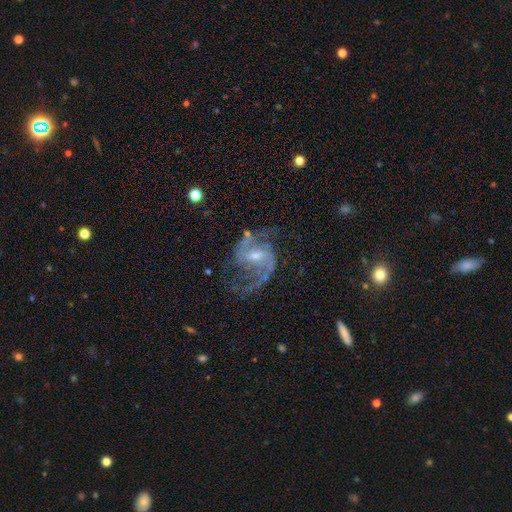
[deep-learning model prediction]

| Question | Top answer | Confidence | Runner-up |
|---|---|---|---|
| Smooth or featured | featured or disk | 91% | star or artifact (5%) |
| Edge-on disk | no | 98% | yes (2%) |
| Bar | weak | 54% | no (26%) |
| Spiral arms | yes | 98% | no (2%) |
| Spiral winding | medium | 57% | loose (31%) |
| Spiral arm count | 2 | 91% | can't tell (3%) |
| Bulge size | small | 56% | moderate (37%) |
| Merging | none | 69% | minor disturbance (16%) |